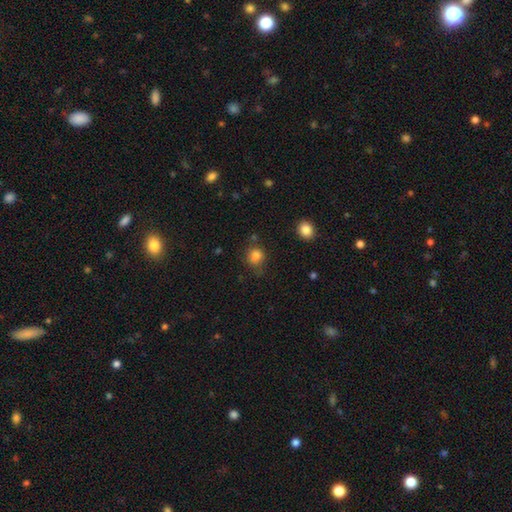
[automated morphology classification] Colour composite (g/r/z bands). It shows a smooth galaxy with no disk features (82%) that is round (79%). Merging: none (69%).